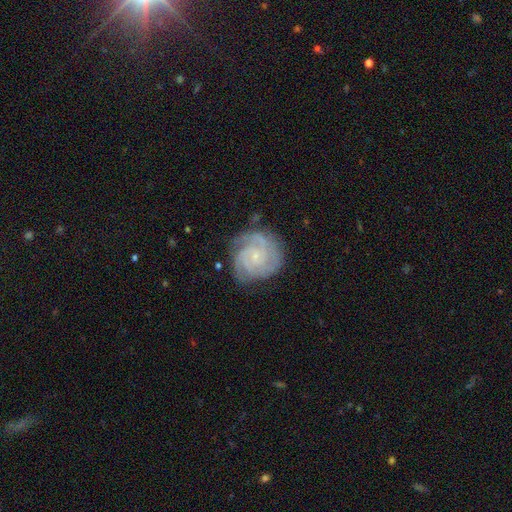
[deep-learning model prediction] This is clearly a featured or disk galaxy (88%). It is clearly not viewed edge-on (98%). Bar: likely no (73%). Spiral arm pattern: clearly yes (98%). Spiral arm count: marginally 3 (41%). Spiral winding: likely tight (74%). Central bulge: clearly small (82%). Merging: likely none (77%).